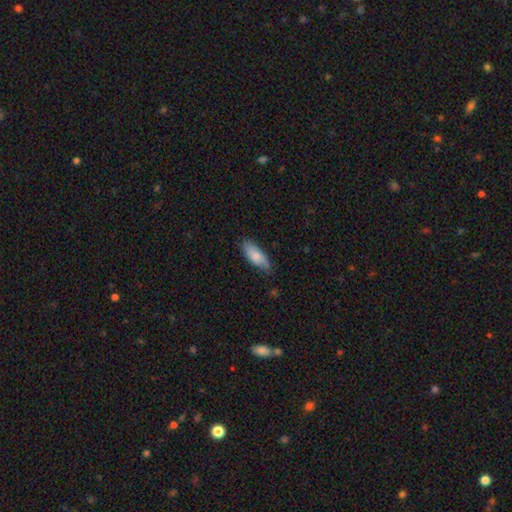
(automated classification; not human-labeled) This is clearly a smooth galaxy (81%). How rounded: likely in between (79%). Merging: likely none (71%).